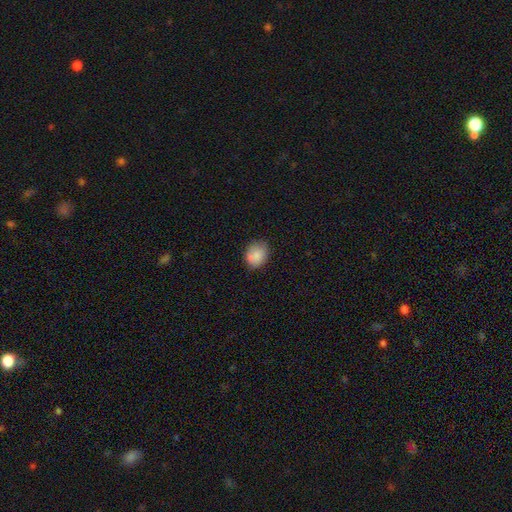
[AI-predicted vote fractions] A smooth galaxy with no disk features (85%) that is in between round and cigar-shaped (50%). Merging: none (77%).